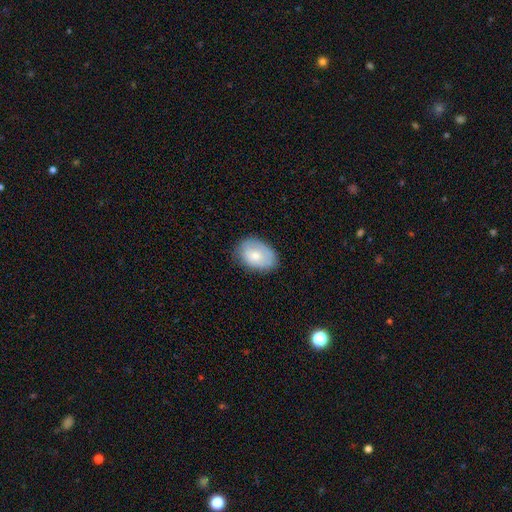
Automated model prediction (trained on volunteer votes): smooth-or-featured: smooth: 71% | featured or disk: 22% | star or artifact: 7%
  how-rounded: in between: 80% | round: 19% | cigar-shaped: 1%
  merging: none: 73% | minor disturbance: 21% | major disturbance: 5% | merger: 1%